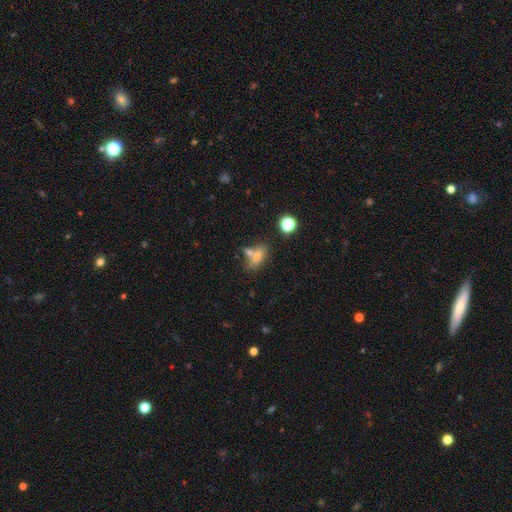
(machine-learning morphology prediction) Smooth or featured: smooth — 67% (featured or disk — 20%)
How rounded: in between — 77% (round — 14%)
Merging: none — 51% (merger — 30%)